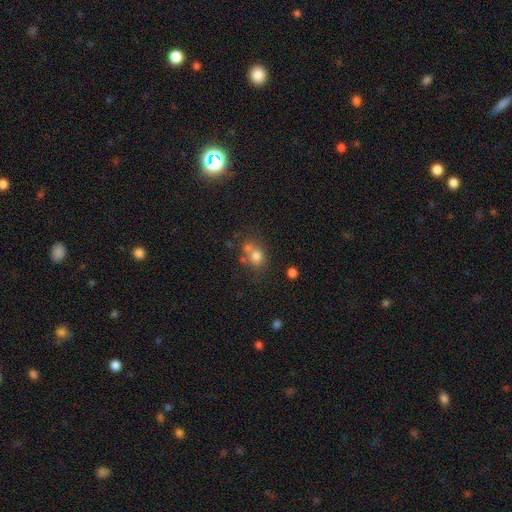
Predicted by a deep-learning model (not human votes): The model was most divided on "merging": none: 46%, merger: 37%, minor disturbance: 11%, major disturbance: 5%. More confident: how rounded — round (73%); smooth or featured — smooth (70%).